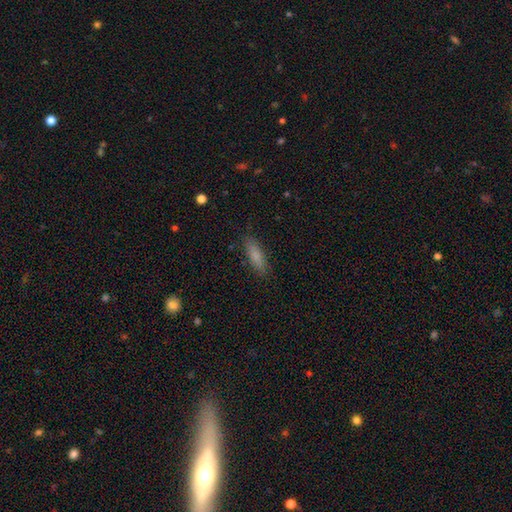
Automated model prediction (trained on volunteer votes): Q: Smooth or featured?
A: smooth (82%); runner-up: featured or disk (11%)
Q: How rounded?
A: cigar-shaped (54%); runner-up: in between (44%)
Q: Merging?
A: none (86%); runner-up: minor disturbance (10%)